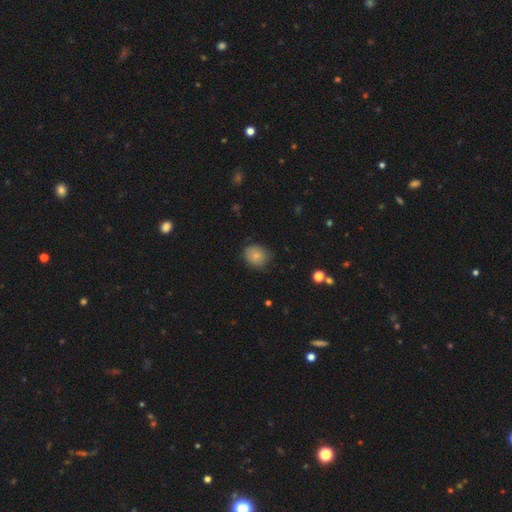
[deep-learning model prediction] Overall: smooth (82%). How rounded: round (58%; in between 41%). Merging: none (71%).